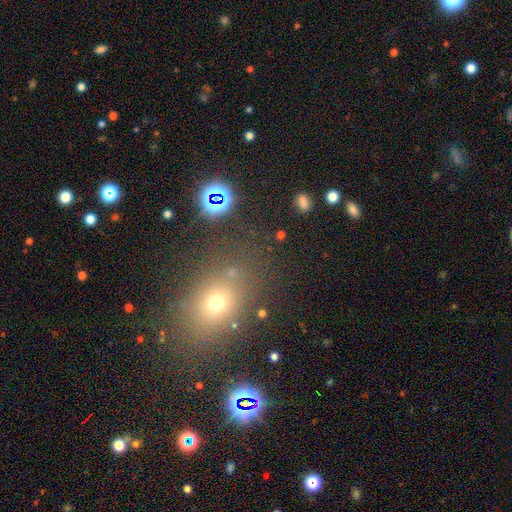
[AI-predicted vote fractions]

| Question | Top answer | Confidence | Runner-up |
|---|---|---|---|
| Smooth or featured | smooth | 50% | star or artifact (38%) |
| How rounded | in between | 50% | round (47%) |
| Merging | none | 82% | minor disturbance (10%) |